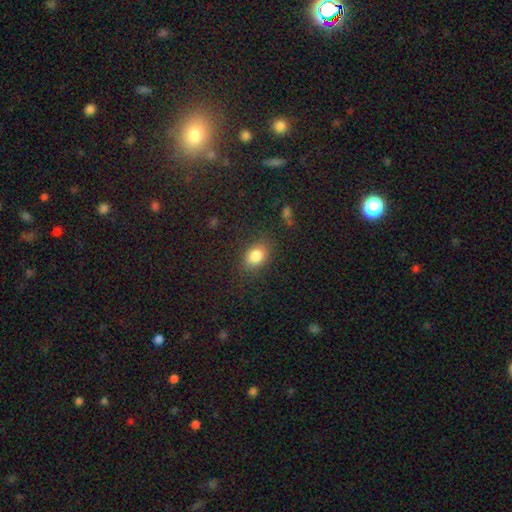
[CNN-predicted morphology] Smooth or featured: smooth — 83% (star or artifact — 10%)
How rounded: in between — 71% (round — 28%)
Merging: none — 80% (minor disturbance — 13%)